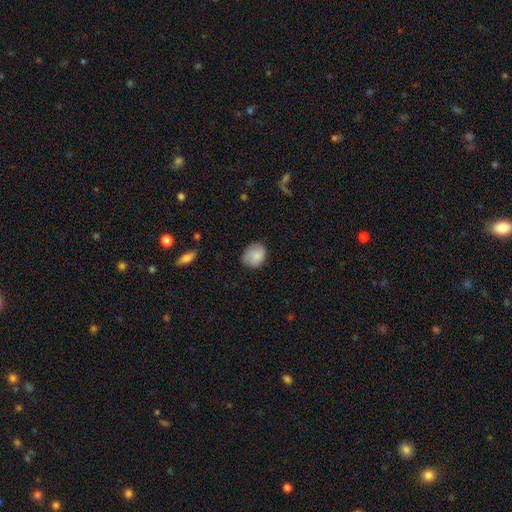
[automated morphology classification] Smooth or featured: smooth — 86% (featured or disk — 7%)
How rounded: round — 50% (in between — 49%)
Merging: none — 72% (minor disturbance — 22%)